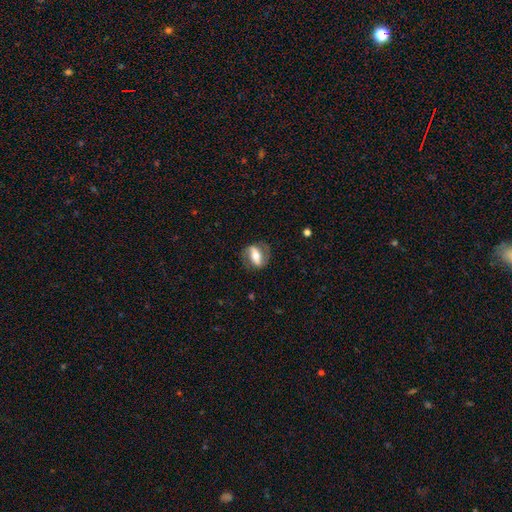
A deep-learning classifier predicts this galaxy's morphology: This is likely a featured or disk galaxy (62%). It is clearly not viewed edge-on (88%). Bar: possibly strong (58%). Spiral arm pattern: likely yes (74%). Central bulge: possibly moderate (53%). Merging: likely none (75%).